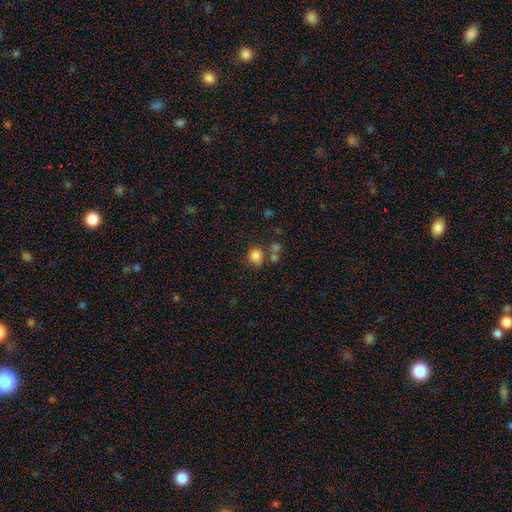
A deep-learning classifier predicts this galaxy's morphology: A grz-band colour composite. It shows a smooth galaxy with no disk features (82%) that is round (74%). Merging: none (62%).